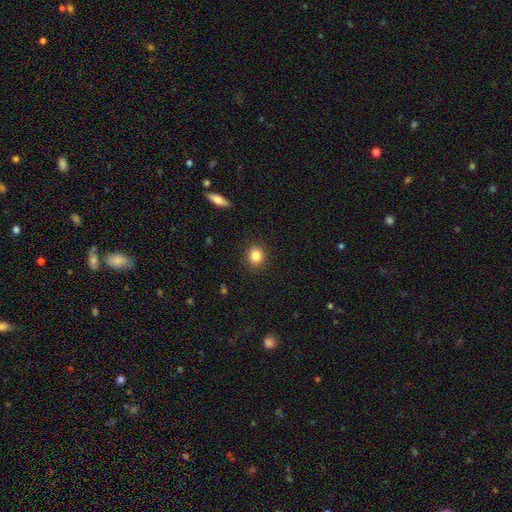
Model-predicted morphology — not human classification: smooth-or-featured: smooth: 84% | star or artifact: 11% | featured or disk: 6%
  how-rounded: round: 84% | in between: 15% | cigar-shaped: 1%
  merging: none: 91% | minor disturbance: 6% | major disturbance: 2% | merger: 1%